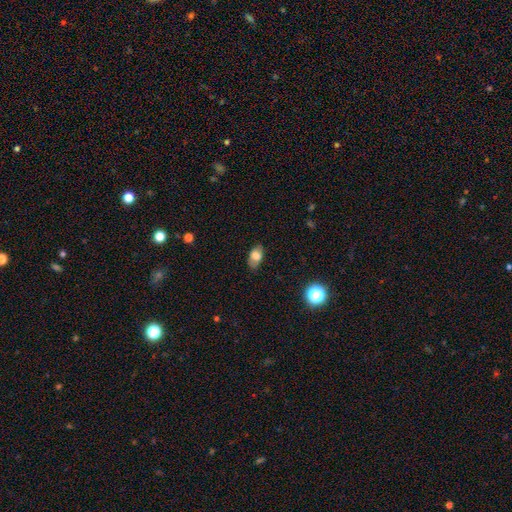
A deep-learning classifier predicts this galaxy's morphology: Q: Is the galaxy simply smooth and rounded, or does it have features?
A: smooth — 72%.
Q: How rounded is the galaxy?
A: in between — 88%.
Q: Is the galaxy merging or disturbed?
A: none — 76%.